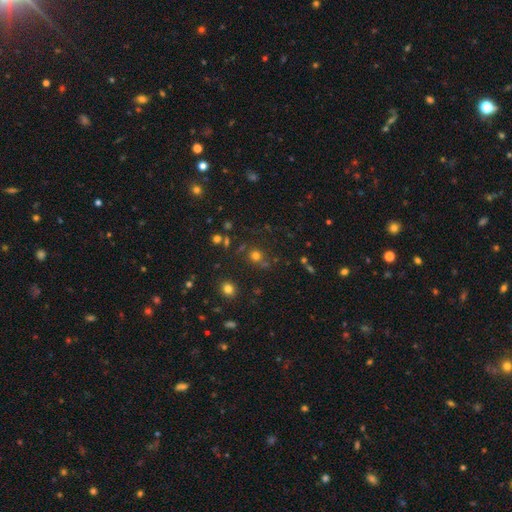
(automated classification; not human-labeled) This appears to be a smooth galaxy with no disk features (69%) that is round (87%). Merging: none (73%).